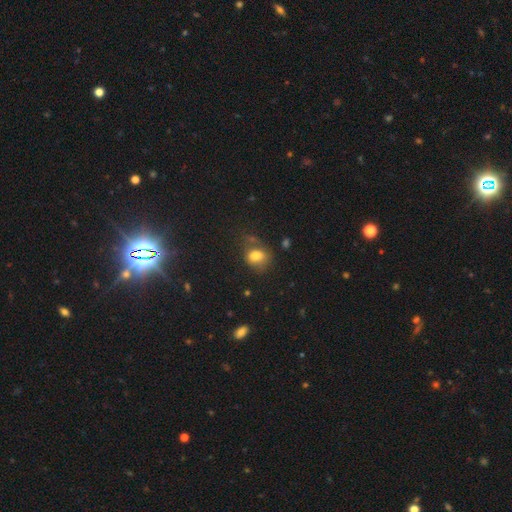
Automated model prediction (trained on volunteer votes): The model was most divided on "how rounded": in between: 56%, round: 43%, cigar-shaped: 1%. More confident: smooth or featured — smooth (77%); merging — none (53%).